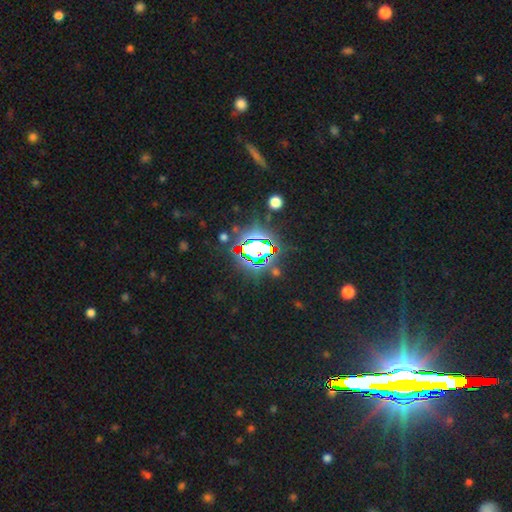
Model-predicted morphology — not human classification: Overall: star or artifact (76%).